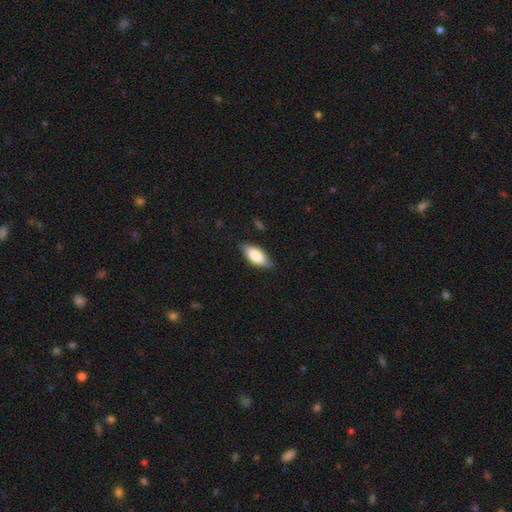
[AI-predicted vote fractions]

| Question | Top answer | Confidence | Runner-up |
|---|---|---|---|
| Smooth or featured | smooth | 80% | featured or disk (14%) |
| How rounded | in between | 84% | cigar-shaped (13%) |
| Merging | none | 81% | minor disturbance (15%) |